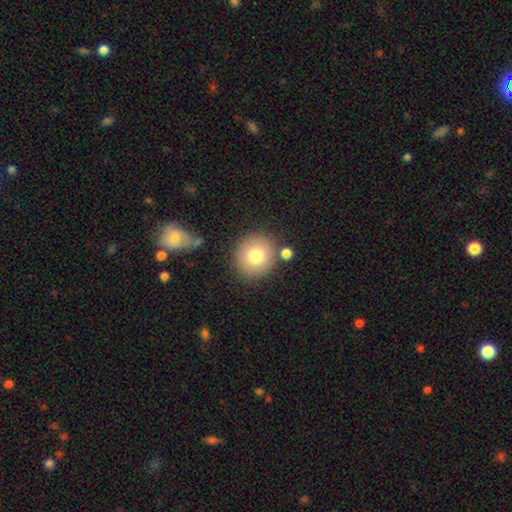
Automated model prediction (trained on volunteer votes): This is likely a smooth galaxy (78%). How rounded: clearly round (90%). Merging: likely none (79%).